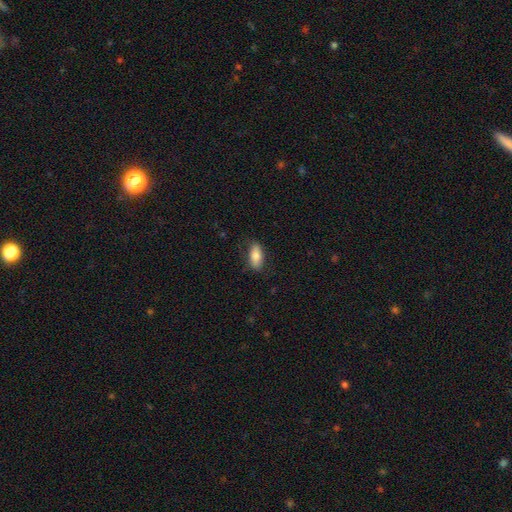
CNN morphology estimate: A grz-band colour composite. It shows a smooth galaxy with no disk features (79%) that is in between round and cigar-shaped (85%). Merging: none (80%).